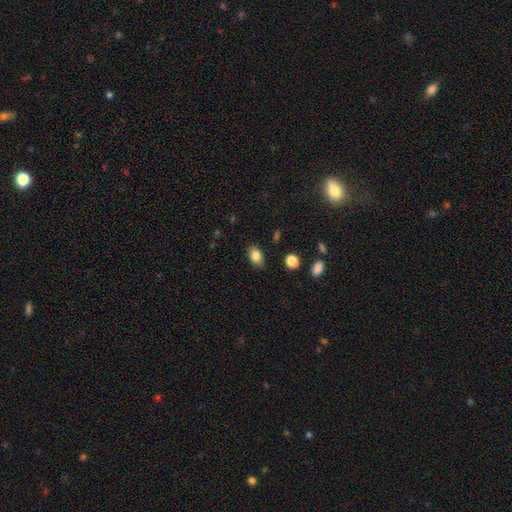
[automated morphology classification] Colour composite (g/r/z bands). It shows a smooth galaxy with no disk features (85%) that is in between round and cigar-shaped (86%). Merging: none (84%).